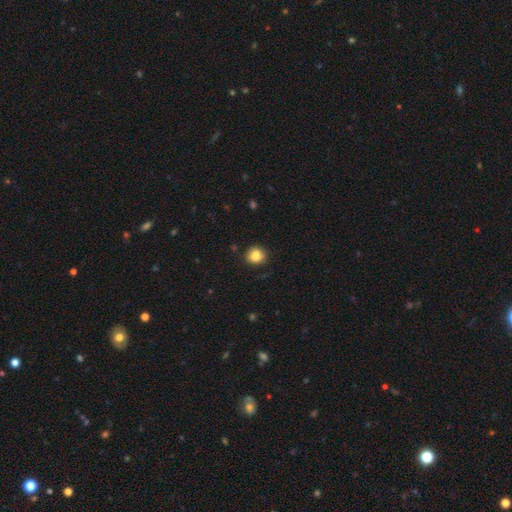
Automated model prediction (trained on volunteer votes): Morphology: type=smooth (86%); roundness=round (80%); merging=none (86%).